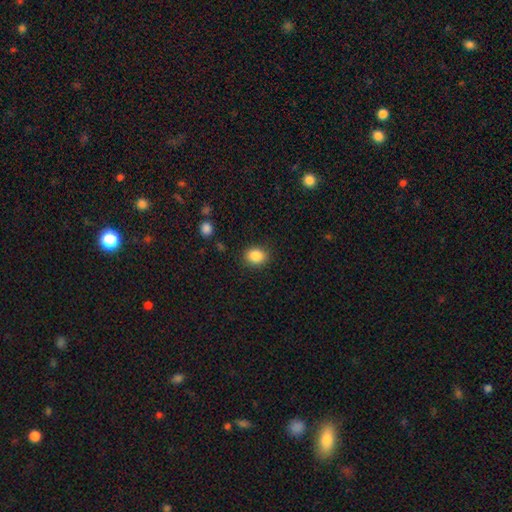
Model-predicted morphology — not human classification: Smooth or featured? smooth (87%)
How rounded? round (55%)
Merging? none (87%)